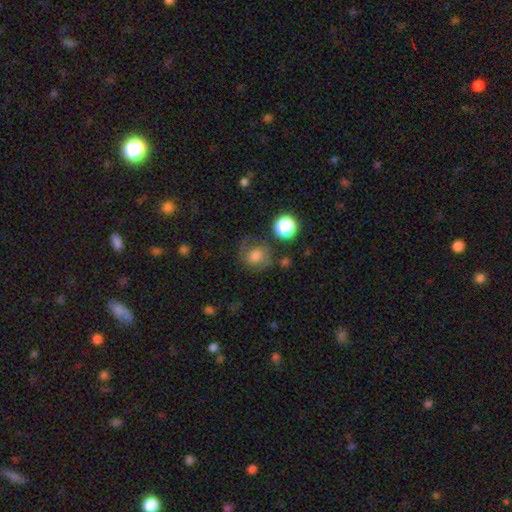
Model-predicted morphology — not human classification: smooth_or_featured: smooth (p=0.62) [alt: featured or disk p=0.25]
how_rounded: round (p=0.74) [alt: in between p=0.25]
merging: none (p=0.60) [alt: minor disturbance p=0.22]